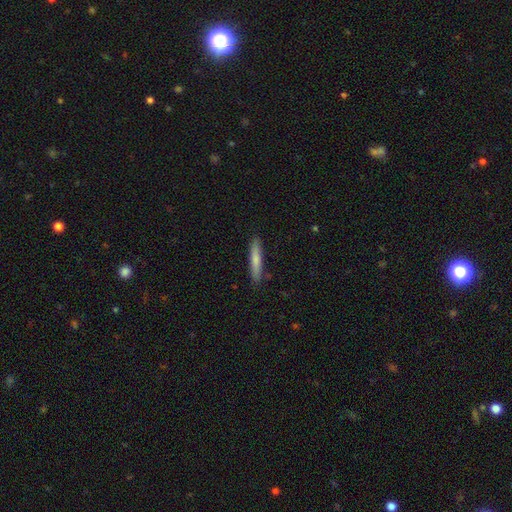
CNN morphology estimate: smooth 65%, featured or disk 29%, star or artifact 6%. Down the decision tree: how rounded — cigar-shaped (94%); merging — none (90%).